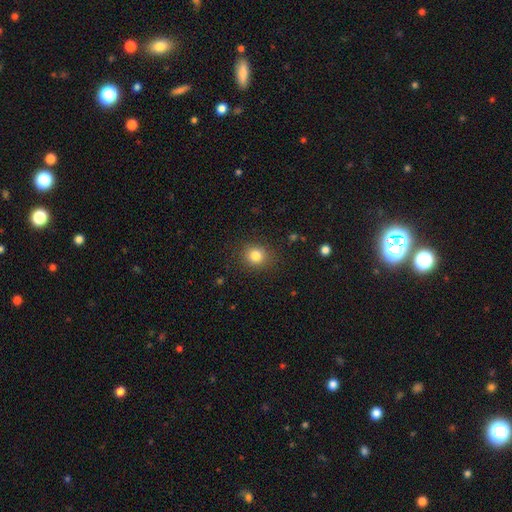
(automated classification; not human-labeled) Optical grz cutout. It shows a smooth galaxy with no disk features (82%) that is round (82%). Merging: none (87%).